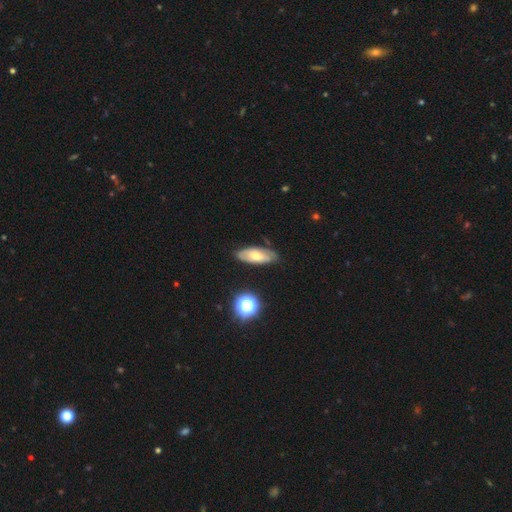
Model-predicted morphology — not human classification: The model was most divided on "smooth or featured": smooth: 47%, featured or disk: 44%, star or artifact: 9%. More confident: merging — none (75%).